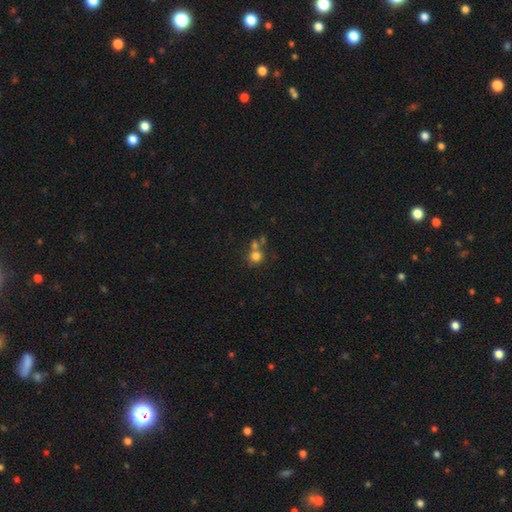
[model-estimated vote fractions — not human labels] Morphology: type=smooth (77%); roundness=round (88%); merging=none (56%).